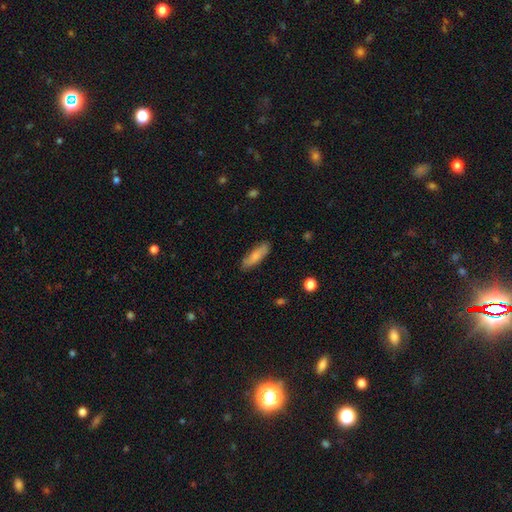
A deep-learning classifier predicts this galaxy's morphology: This is likely a smooth galaxy (75%). How rounded: possibly cigar-shaped (54%). Merging: clearly none (84%).